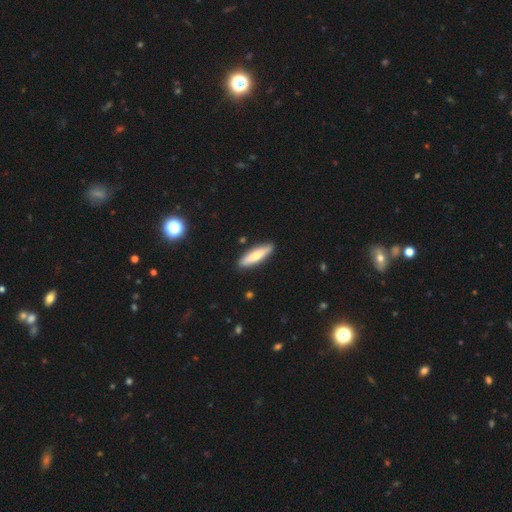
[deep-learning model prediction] Smooth or featured: smooth — 66% (featured or disk — 29%)
How rounded: cigar-shaped — 71% (in between — 27%)
Merging: none — 89% (minor disturbance — 8%)